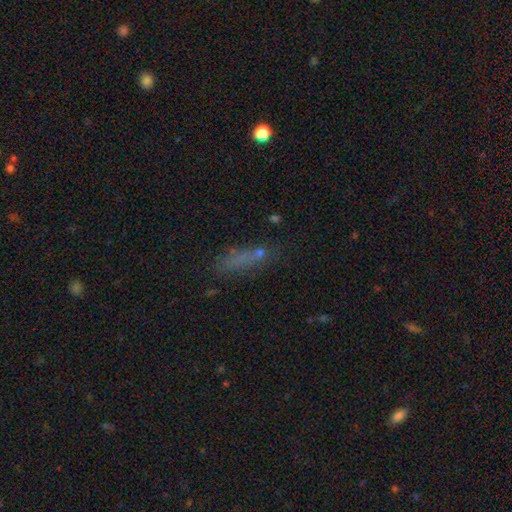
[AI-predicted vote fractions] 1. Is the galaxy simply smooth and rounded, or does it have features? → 58% smooth, 22% star or artifact, 20% featured or disk.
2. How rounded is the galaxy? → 56% cigar-shaped, 39% in between, 5% round.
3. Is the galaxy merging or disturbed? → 55% none, 21% minor disturbance, 16% major disturbance, 8% merger.